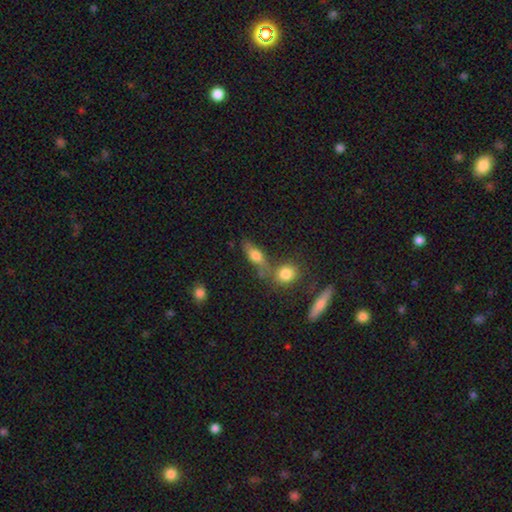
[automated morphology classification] A smooth galaxy with no disk features (64%) that is in between round and cigar-shaped (60%). Merging: none (57%).